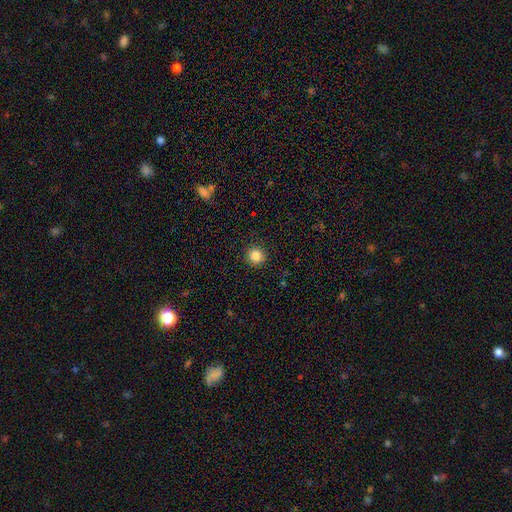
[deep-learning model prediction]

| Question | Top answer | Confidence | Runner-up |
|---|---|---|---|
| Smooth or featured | smooth | 85% | star or artifact (11%) |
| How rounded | round | 94% | in between (5%) |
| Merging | none | 92% | minor disturbance (5%) |